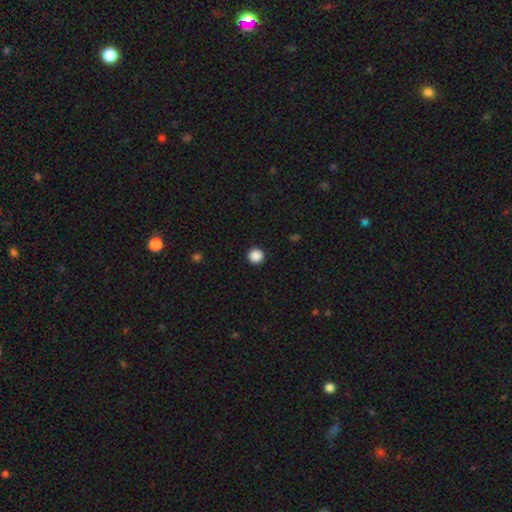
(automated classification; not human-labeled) Overall: smooth (88%). How rounded: round (96%). Merging: none (93%).